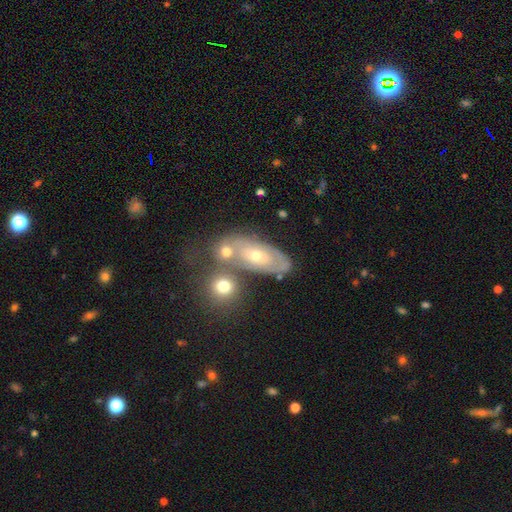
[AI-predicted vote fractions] Smooth or featured? featured or disk (64%)
Edge-on disk? no (88%)
Bar? no (82%)
Spiral arms? yes (67%)
Bulge size? small (55%)
Merging? none (55%)